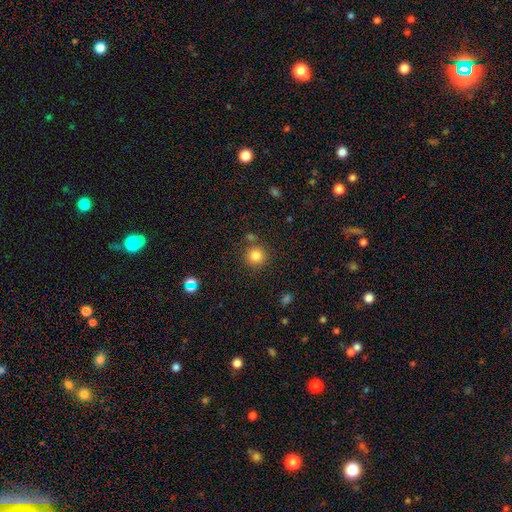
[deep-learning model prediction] Overall: smooth (84%). How rounded: round (93%). Merging: none (82%).